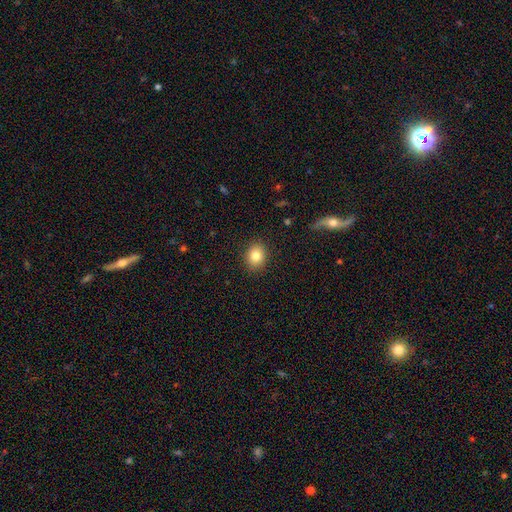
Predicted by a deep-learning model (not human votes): Overall: smooth (82%). How rounded: round (58%; in between 41%). Merging: none (89%).